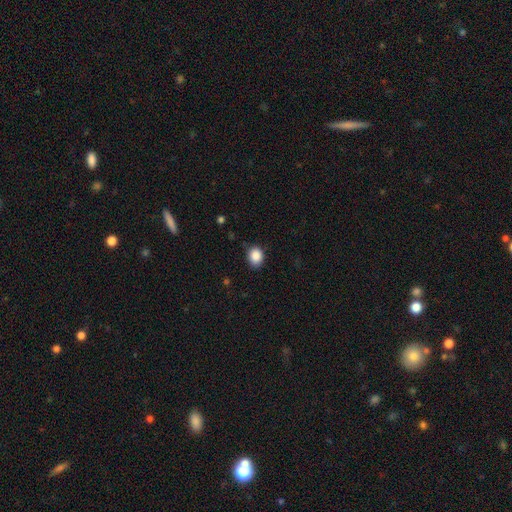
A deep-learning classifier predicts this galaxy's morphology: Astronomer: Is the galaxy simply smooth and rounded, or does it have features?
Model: smooth — 88%.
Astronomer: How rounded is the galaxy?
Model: round — 51% (runner-up: in between, 48%).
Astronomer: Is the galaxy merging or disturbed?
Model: none — 82%.